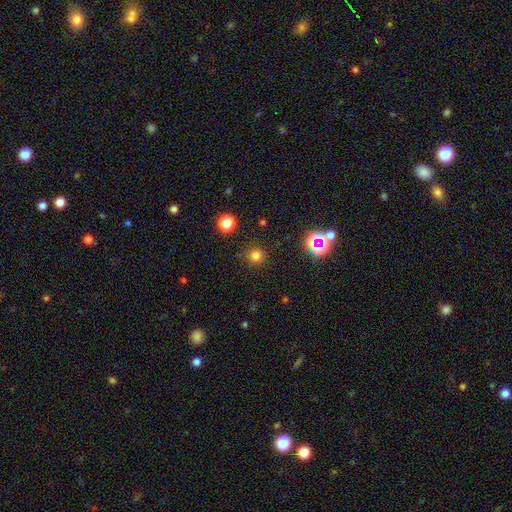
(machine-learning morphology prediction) smooth-or-featured: smooth: 75% | star or artifact: 19% | featured or disk: 5%
  how-rounded: round: 94% | in between: 5% | cigar-shaped: 1%
  merging: none: 89% | minor disturbance: 7% | major disturbance: 3% | merger: 2%